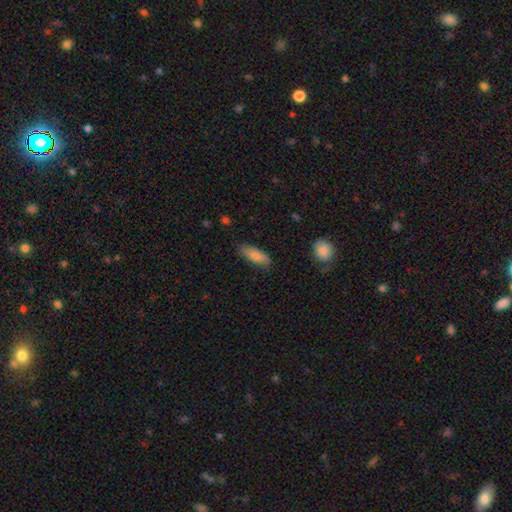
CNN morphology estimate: smooth 85%, featured or disk 9%, star or artifact 6%. Down the decision tree: how rounded — in between (65%); merging — none (80%).